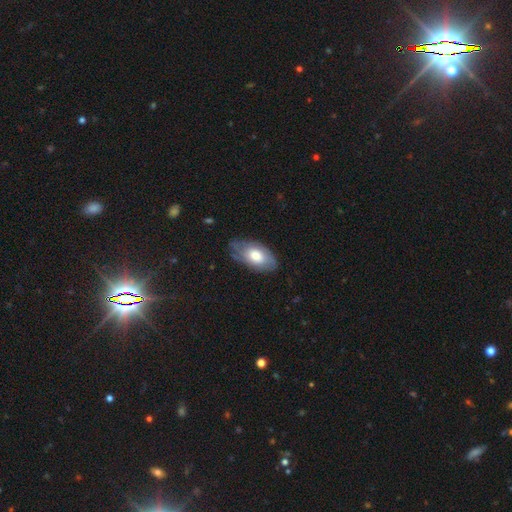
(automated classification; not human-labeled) Smooth or featured: smooth — 58% (featured or disk — 36%)
How rounded: in between — 93% (round — 4%)
Merging: none — 67% (minor disturbance — 26%)